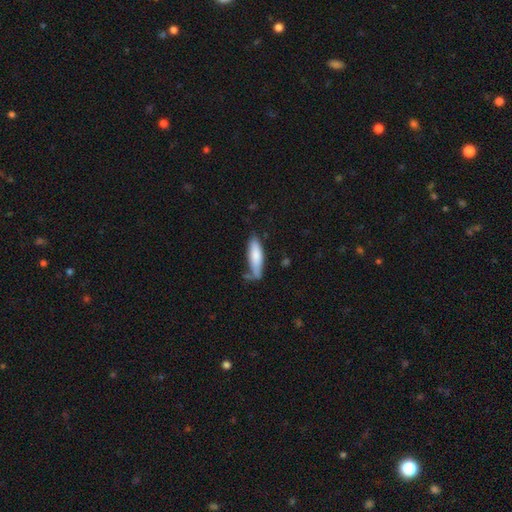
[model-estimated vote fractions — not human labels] Smooth or featured: smooth — 80% (featured or disk — 14%)
How rounded: cigar-shaped — 58% (in between — 40%)
Merging: none — 62% (minor disturbance — 24%)